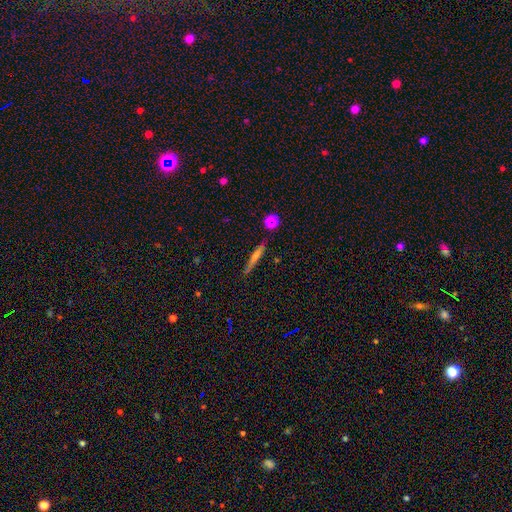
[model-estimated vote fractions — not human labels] A featured or disk galaxy (54%) viewed edge-on (96%) with a rounded central bulge (53%). Merging: none (86%).